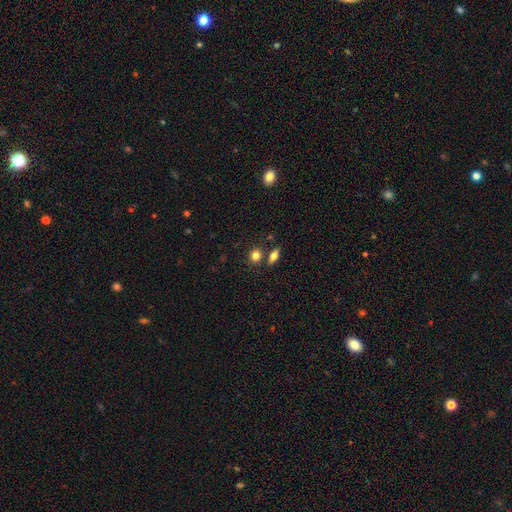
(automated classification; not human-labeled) Morphology: type=smooth (79%); roundness=round (67%); merging=none (71%).